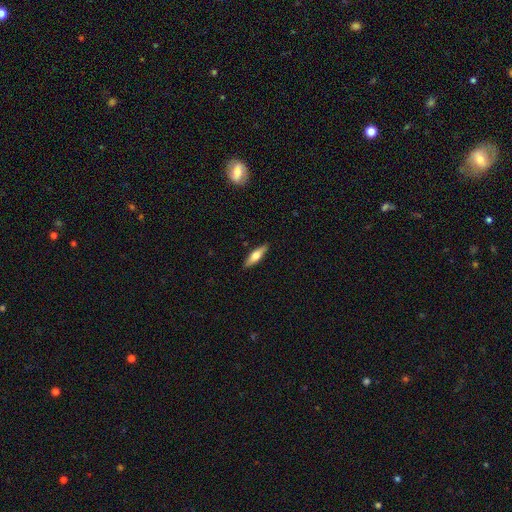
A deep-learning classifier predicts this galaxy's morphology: The model was most divided on "smooth or featured": smooth: 57%, featured or disk: 37%, star or artifact: 6%. More confident: merging — none (89%); how rounded — cigar-shaped (60%).